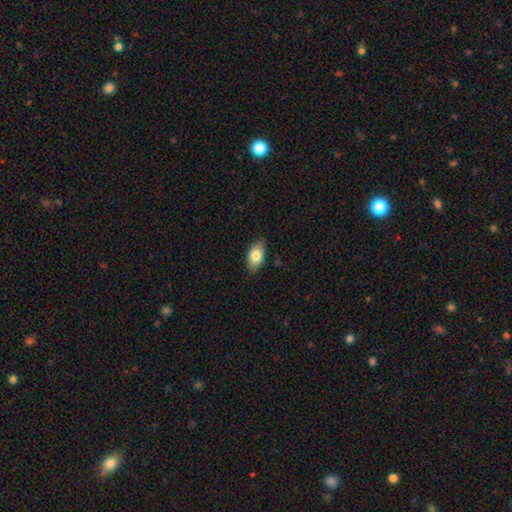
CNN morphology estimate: This appears to be a smooth galaxy with no disk features (79%) that is in between round and cigar-shaped (92%). Merging: none (84%).